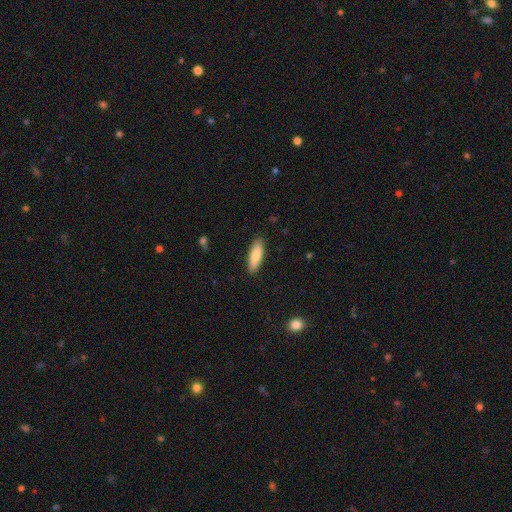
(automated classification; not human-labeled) smooth_or_featured: smooth (p=0.82) [alt: featured or disk p=0.12]
how_rounded: in between (p=0.55) [alt: cigar-shaped p=0.43]
merging: none (p=0.89) [alt: minor disturbance p=0.08]